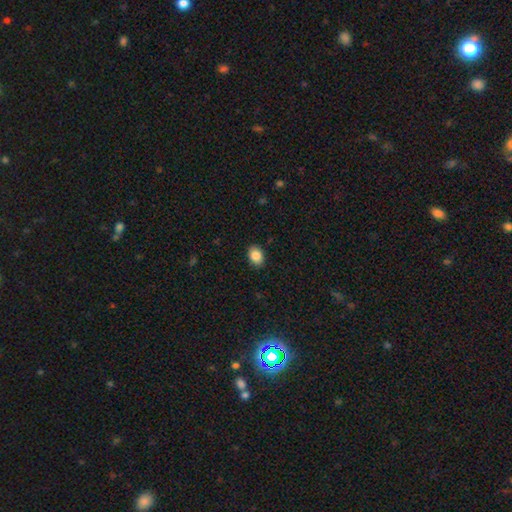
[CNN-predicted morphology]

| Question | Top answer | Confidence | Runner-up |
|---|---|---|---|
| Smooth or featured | smooth | 87% | star or artifact (8%) |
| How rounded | in between | 74% | round (25%) |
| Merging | none | 88% | minor disturbance (9%) |